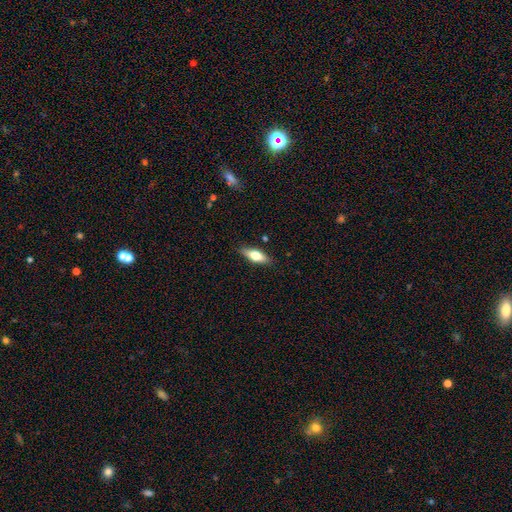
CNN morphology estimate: Q: Smooth or featured?
A: smooth (60%); runner-up: featured or disk (34%)
Q: How rounded?
A: in between (63%); runner-up: cigar-shaped (34%)
Q: Merging?
A: none (85%); runner-up: minor disturbance (11%)